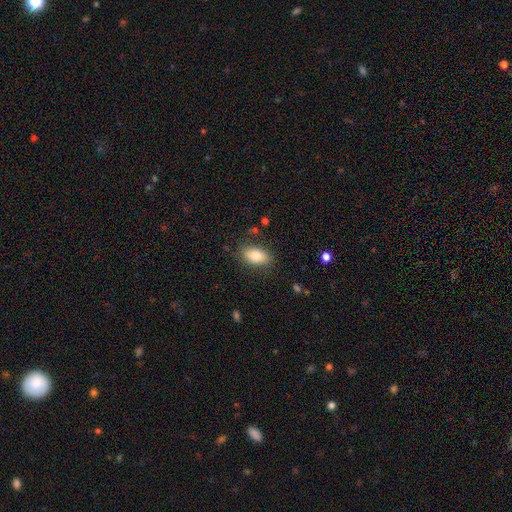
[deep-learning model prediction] The model was most divided on "smooth or featured": smooth: 78%, featured or disk: 14%, star or artifact: 8%. More confident: how rounded — in between (89%); merging — none (82%).